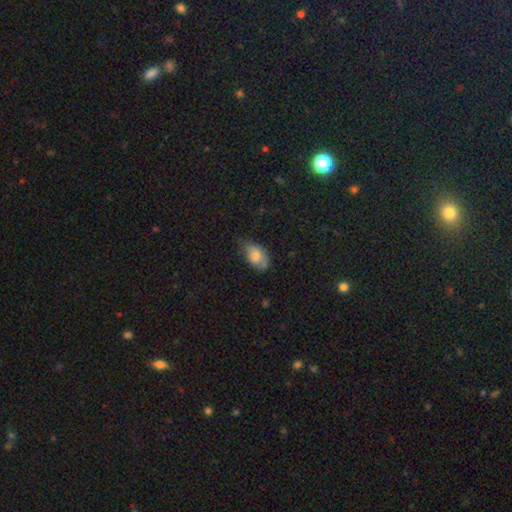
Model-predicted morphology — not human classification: Smooth or featured?
  - smooth: 76% *
  - featured or disk: 16%
  - star or artifact: 8%
How rounded?
  - in between: 91% *
  - round: 7%
  - cigar-shaped: 2%
Merging?
  - none: 50% *
  - minor disturbance: 38%
  - major disturbance: 9%
  - merger: 3%